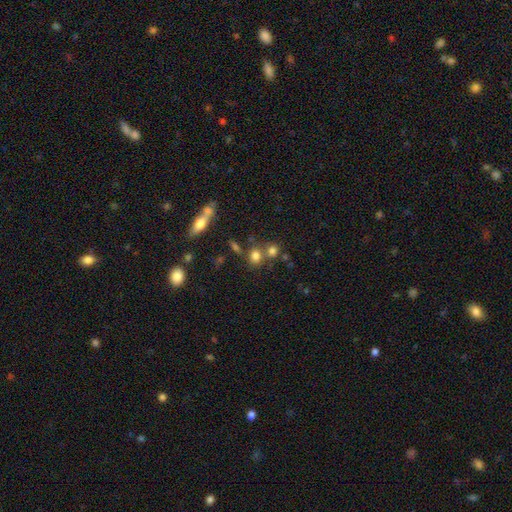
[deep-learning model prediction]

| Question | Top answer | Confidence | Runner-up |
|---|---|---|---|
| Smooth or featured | smooth | 76% | star or artifact (15%) |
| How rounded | round | 75% | in between (23%) |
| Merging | none | 57% | merger (30%) |